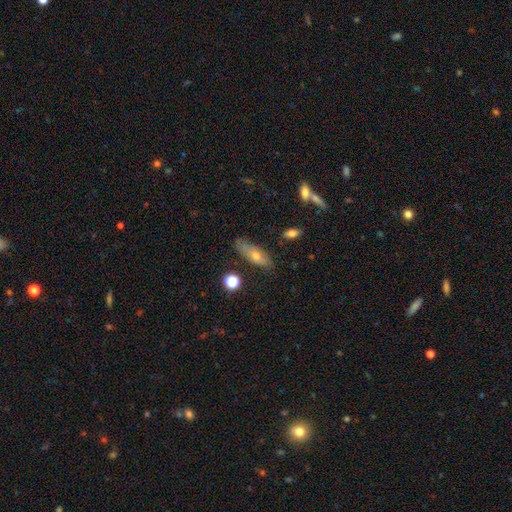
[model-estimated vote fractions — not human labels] This is possibly a smooth galaxy (54%). How rounded: possibly in between (55%). Merging: likely none (72%).